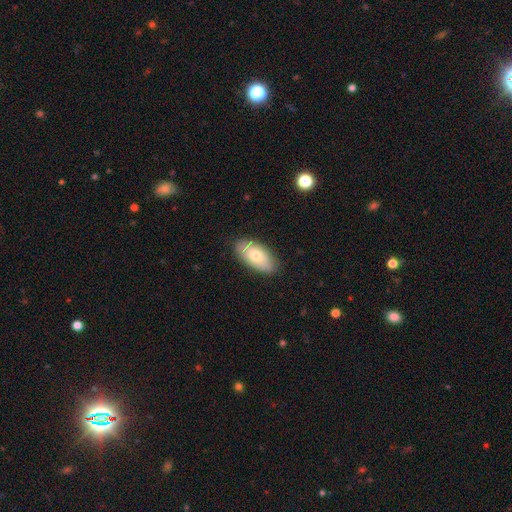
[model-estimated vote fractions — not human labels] Smooth or featured? smooth (68%)
How rounded? in between (92%)
Merging? none (83%)